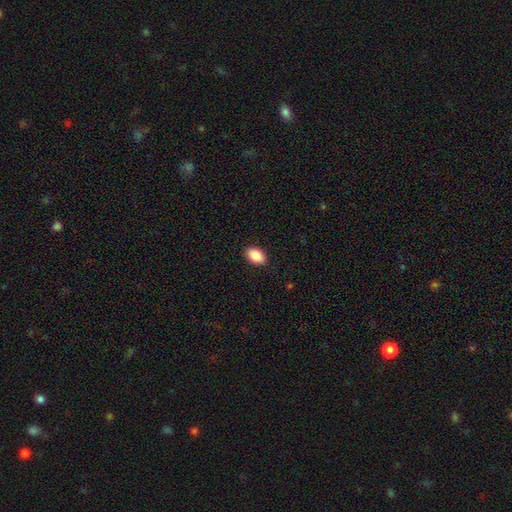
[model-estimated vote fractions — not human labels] A smooth galaxy with no disk features (87%) that is in between round and cigar-shaped (89%).

Vote fractions:
- Smooth or featured? smooth: 87% / star or artifact: 7% / featured or disk: 5%
- How rounded? in between: 89% / round: 10% / cigar-shaped: 1%
- Merging? none: 89% / minor disturbance: 8% / major disturbance: 2% / merger: 1%